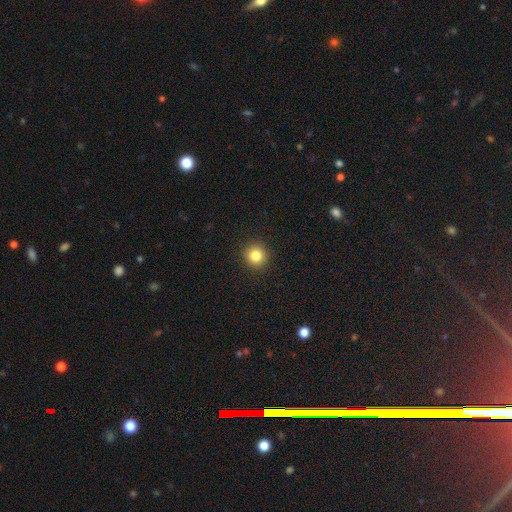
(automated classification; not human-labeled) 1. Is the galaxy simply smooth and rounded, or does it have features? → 82% smooth, 12% star or artifact, 6% featured or disk.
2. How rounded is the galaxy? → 94% round, 5% in between, 1% cigar-shaped.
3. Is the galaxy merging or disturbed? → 92% none, 5% minor disturbance, 2% major disturbance, 1% merger.